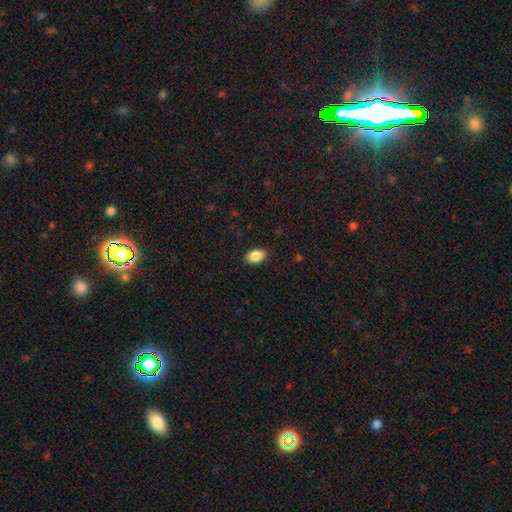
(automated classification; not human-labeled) smooth_or_featured: smooth (p=0.88) [alt: star or artifact p=0.08]
how_rounded: in between (p=0.91) [alt: round p=0.08]
merging: none (p=0.88) [alt: minor disturbance p=0.09]